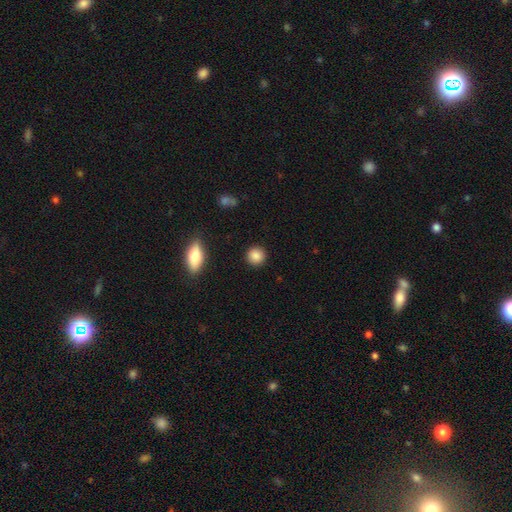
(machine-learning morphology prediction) smooth 86%, star or artifact 9%, featured or disk 4%. Down the decision tree: how rounded — round (92%); merging — none (91%).